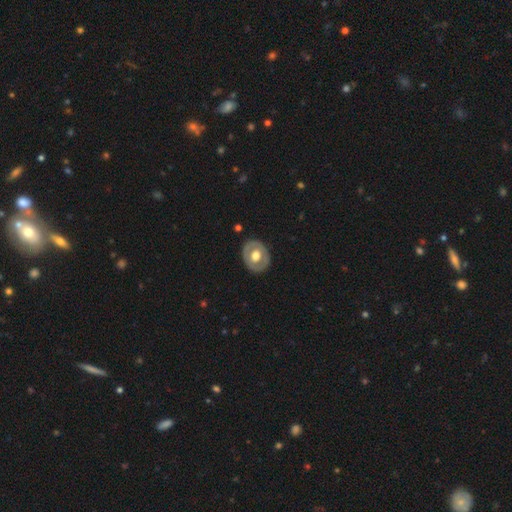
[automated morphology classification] This appears to be a featured or disk galaxy (50%). Merging: none (85%).